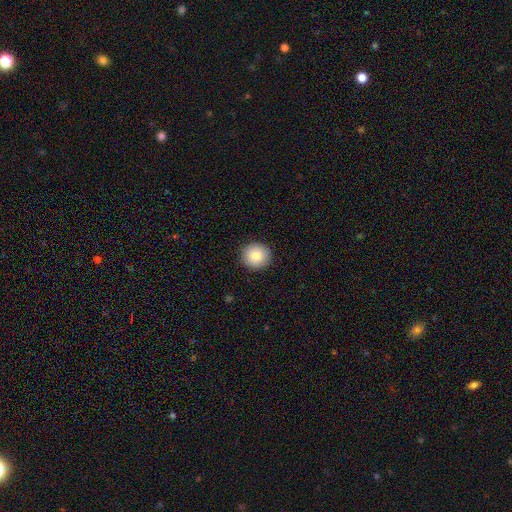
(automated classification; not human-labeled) Smooth or featured?
  - smooth: 86% *
  - star or artifact: 8%
  - featured or disk: 6%
How rounded?
  - round: 89% *
  - in between: 10%
  - cigar-shaped: 1%
Merging?
  - none: 91% *
  - minor disturbance: 6%
  - major disturbance: 2%
  - merger: 1%